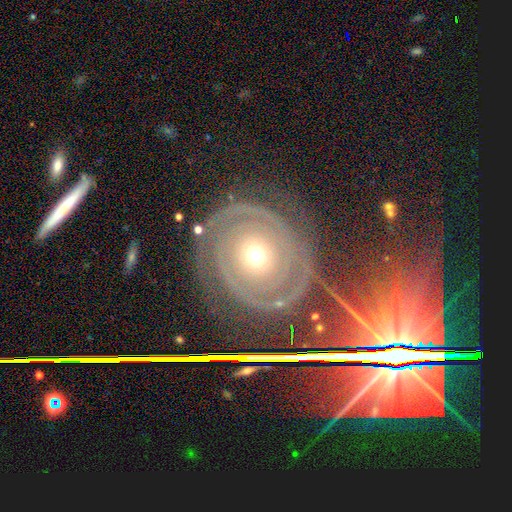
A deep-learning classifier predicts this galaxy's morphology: smooth-or-featured: featured or disk: 82% | smooth: 12% | star or artifact: 6%
  disk-edge-on: no: 97% | yes: 3%
    bar: no: 84% | weak: 10% | strong: 5%
    has-spiral-arms: yes: 84% | no: 16%
      spiral-winding: tight: 72% | medium: 19% | loose: 9%
      spiral-arm-count: 2: 54% | can't tell: 20% | 3: 8% | 1: 8% | 4: 5% | more than 4: 5%
    bulge-size: moderate: 49% | small: 44% | large: 4% | dominant: 2% | none: 1%
  merging: none: 68% | minor disturbance: 15% | major disturbance: 13% | merger: 4%